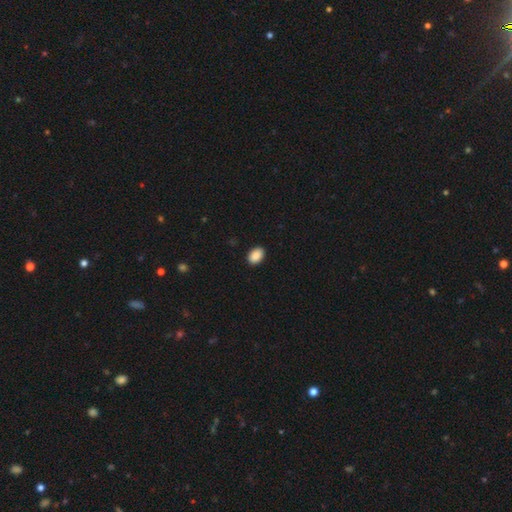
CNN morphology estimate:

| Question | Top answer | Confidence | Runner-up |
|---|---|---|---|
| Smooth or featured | smooth | 90% | star or artifact (7%) |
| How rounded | in between | 85% | round (14%) |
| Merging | none | 91% | minor disturbance (7%) |